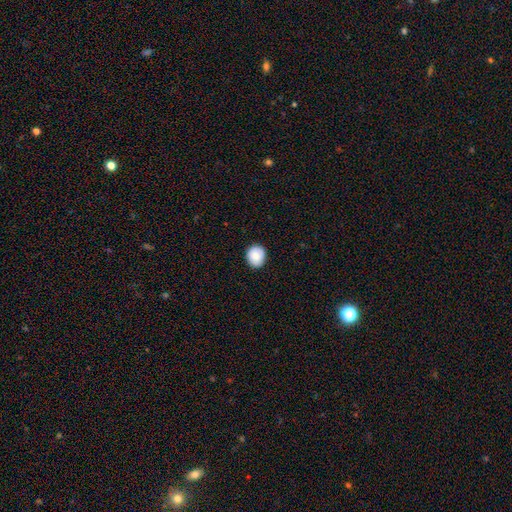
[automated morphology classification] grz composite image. It shows a smooth galaxy with no disk features (87%) that is round (78%). Merging: none (89%).